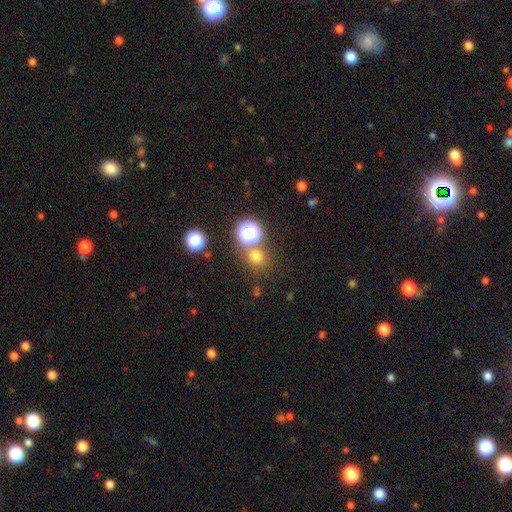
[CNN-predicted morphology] smooth_or_featured: smooth (p=0.67) [alt: star or artifact p=0.26]
how_rounded: round (p=0.88) [alt: in between p=0.11]
merging: none (p=0.72) [alt: merger p=0.16]